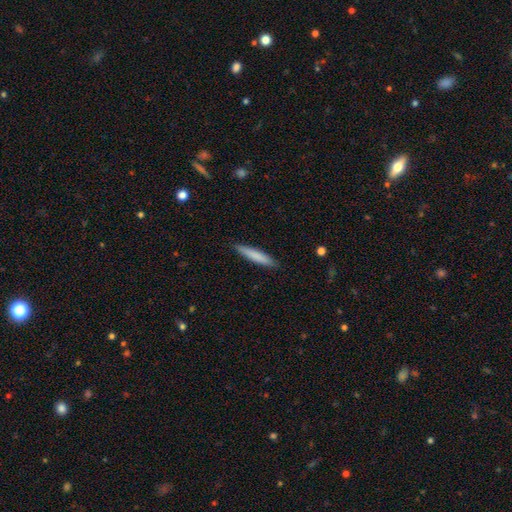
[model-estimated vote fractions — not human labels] This appears to be a smooth galaxy with no disk features (79%) that is cigar-shaped (91%). Merging: none (88%).